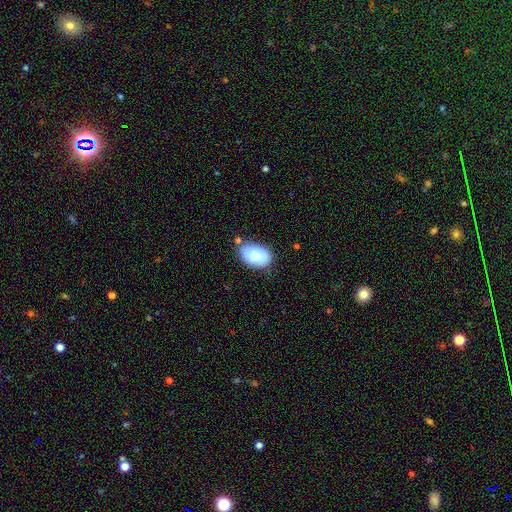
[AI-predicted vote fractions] Smooth or featured: smooth — 84% (featured or disk — 9%)
How rounded: in between — 91% (round — 8%)
Merging: none — 62% (minor disturbance — 25%)